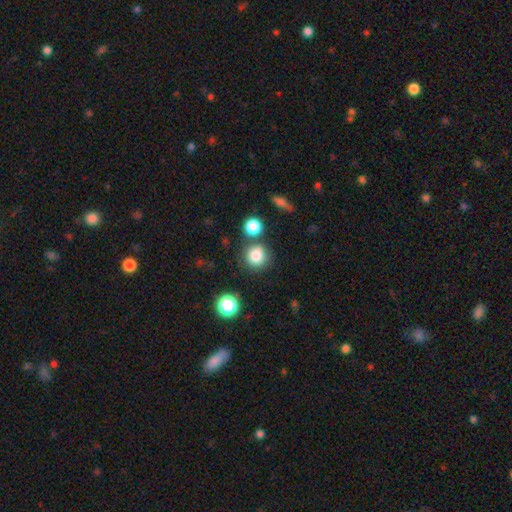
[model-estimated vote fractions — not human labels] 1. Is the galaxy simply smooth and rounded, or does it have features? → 82% smooth, 11% star or artifact, 7% featured or disk.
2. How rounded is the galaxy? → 90% round, 9% in between, 1% cigar-shaped.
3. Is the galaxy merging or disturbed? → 71% none, 14% merger, 11% minor disturbance, 4% major disturbance.